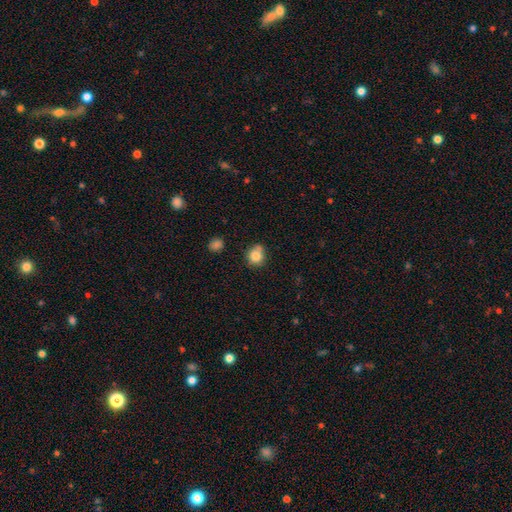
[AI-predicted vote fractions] This appears to be a smooth galaxy with no disk features (83%) that is round (79%). Merging: none (61%).